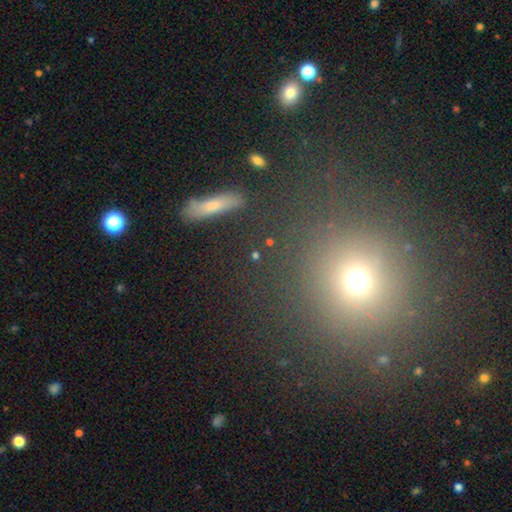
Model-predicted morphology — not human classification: Smooth or featured? Predicted: smooth (p=0.52). How rounded? Predicted: round (p=0.41). Merging? Predicted: none (p=0.83).